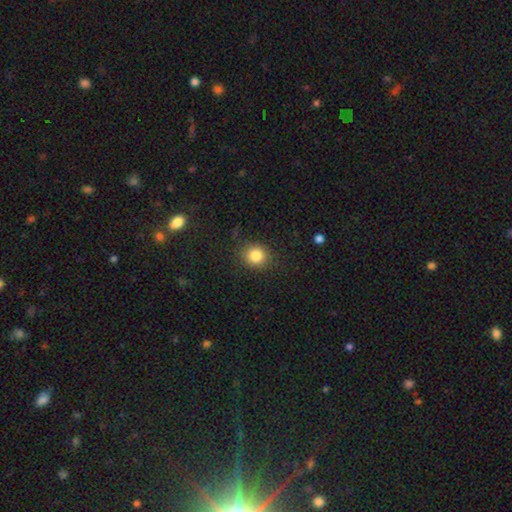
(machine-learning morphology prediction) Smooth or featured? Predicted: smooth (p=0.84). How rounded? Predicted: round (p=0.85). Merging? Predicted: none (p=0.86).